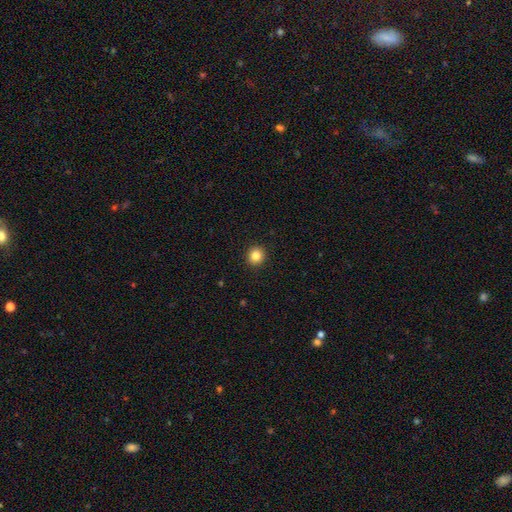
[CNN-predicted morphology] smooth_or_featured: smooth (p=0.84) [alt: star or artifact p=0.11]
how_rounded: round (p=0.90) [alt: in between p=0.09]
merging: none (p=0.93) [alt: minor disturbance p=0.05]